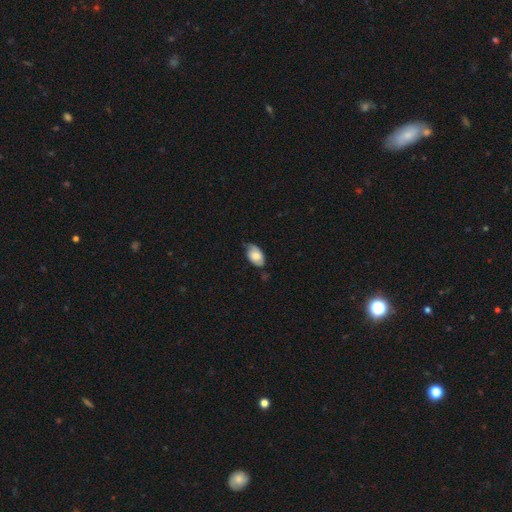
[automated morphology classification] Q: Smooth or featured?
A: smooth (69%); runner-up: featured or disk (24%)
Q: How rounded?
A: in between (92%); runner-up: round (6%)
Q: Merging?
A: none (57%); runner-up: minor disturbance (35%)